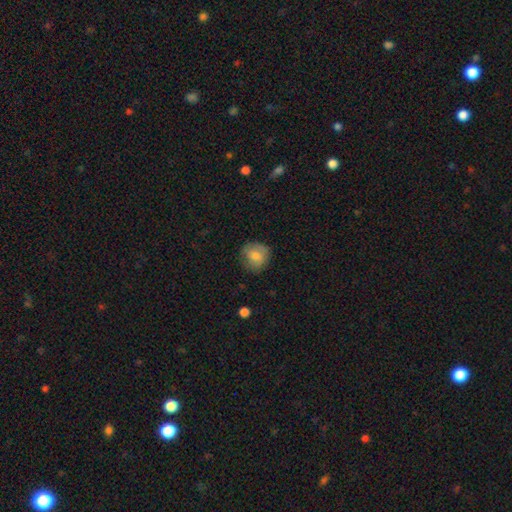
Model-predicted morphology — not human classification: Smooth or featured? smooth (76%)
How rounded? round (81%)
Merging? none (70%)